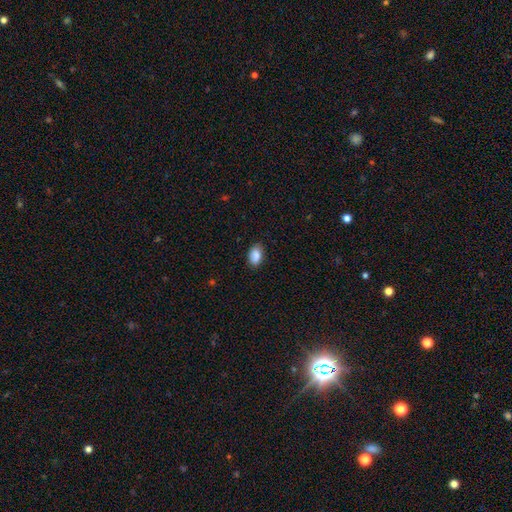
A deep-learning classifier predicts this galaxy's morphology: smooth-or-featured: smooth: 87% | star or artifact: 8% | featured or disk: 5%
  how-rounded: in between: 89% | round: 9% | cigar-shaped: 2%
  merging: none: 81% | minor disturbance: 15% | major disturbance: 3% | merger: 1%